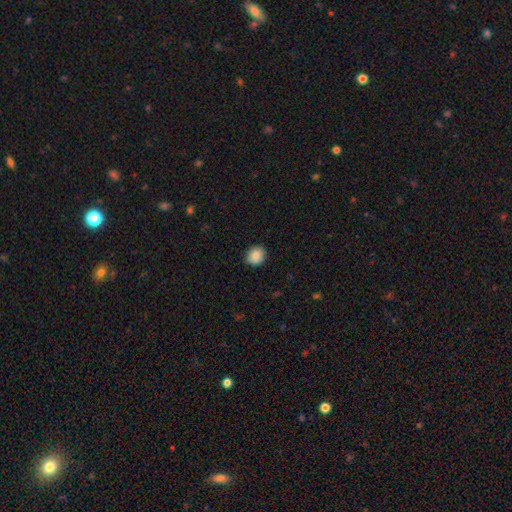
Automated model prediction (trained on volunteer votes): This appears to be a smooth galaxy with no disk features (83%) that is round (76%). Merging: none (86%).